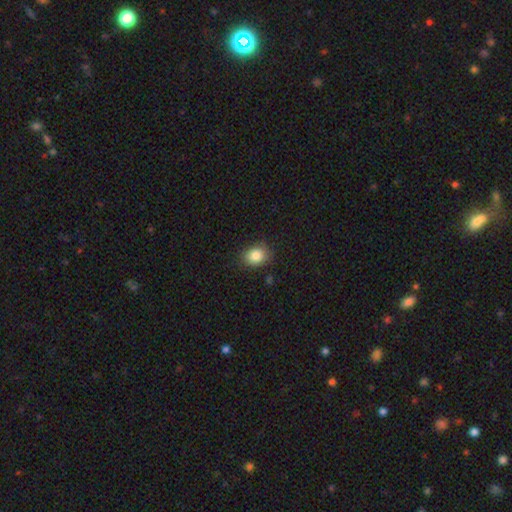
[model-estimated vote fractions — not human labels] This is clearly a smooth galaxy (85%). How rounded: possibly in between (51%). Merging: clearly none (83%).